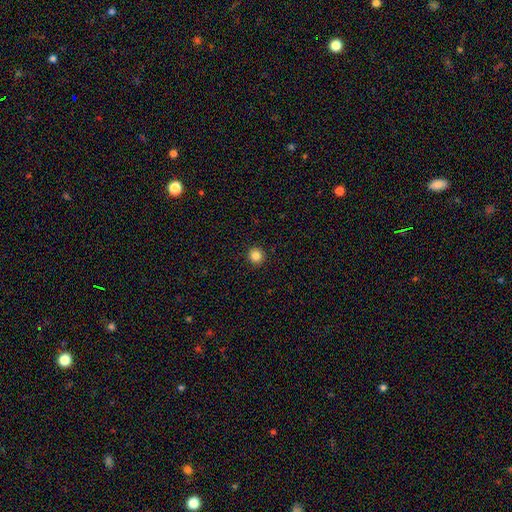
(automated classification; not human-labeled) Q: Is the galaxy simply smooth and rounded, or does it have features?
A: smooth — 85%.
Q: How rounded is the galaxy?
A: round — 95%.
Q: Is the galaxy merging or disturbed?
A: none — 93%.